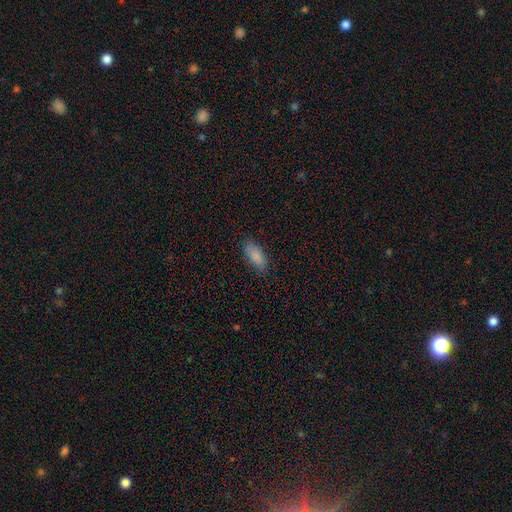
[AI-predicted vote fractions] Smooth or featured? Predicted: smooth (p=0.85). How rounded? Predicted: in between (p=0.81). Merging? Predicted: none (p=0.80).